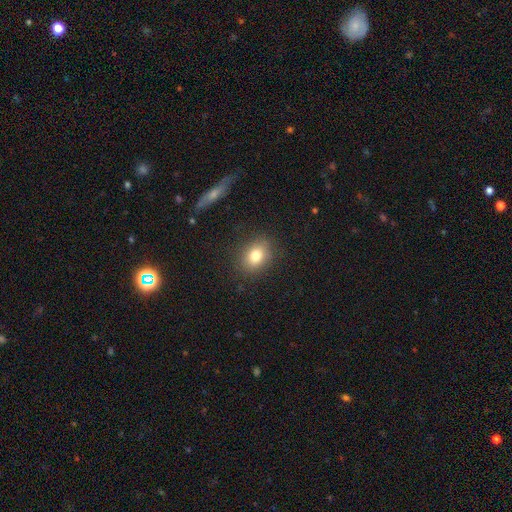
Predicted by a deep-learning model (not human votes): smooth_or_featured: smooth (p=0.80) [alt: star or artifact p=0.11]
how_rounded: in between (p=0.54) [alt: round p=0.45]
merging: none (p=0.85) [alt: minor disturbance p=0.10]